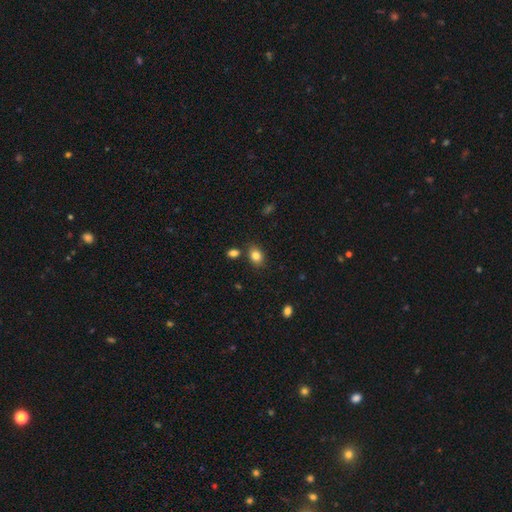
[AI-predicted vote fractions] smooth_or_featured: smooth (p=0.83) [alt: star or artifact p=0.10]
how_rounded: in between (p=0.63) [alt: round p=0.36]
merging: none (p=0.78) [alt: minor disturbance p=0.12]